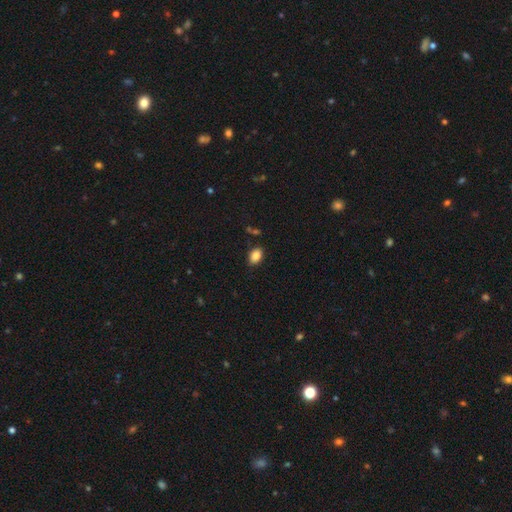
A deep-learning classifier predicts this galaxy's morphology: Smooth or featured?
  - smooth: 86% *
  - star or artifact: 9%
  - featured or disk: 5%
How rounded?
  - in between: 86% *
  - round: 13%
  - cigar-shaped: 1%
Merging?
  - none: 86% *
  - minor disturbance: 10%
  - major disturbance: 2%
  - merger: 2%